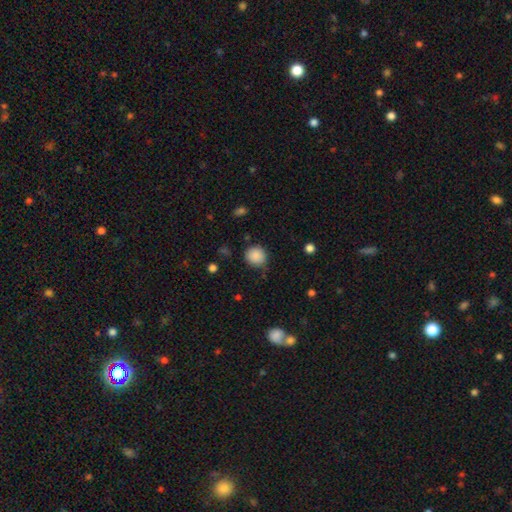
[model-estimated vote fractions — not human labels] Q: Smooth or featured?
A: smooth (88%); runner-up: star or artifact (9%)
Q: How rounded?
A: round (89%); runner-up: in between (10%)
Q: Merging?
A: none (83%); runner-up: minor disturbance (12%)